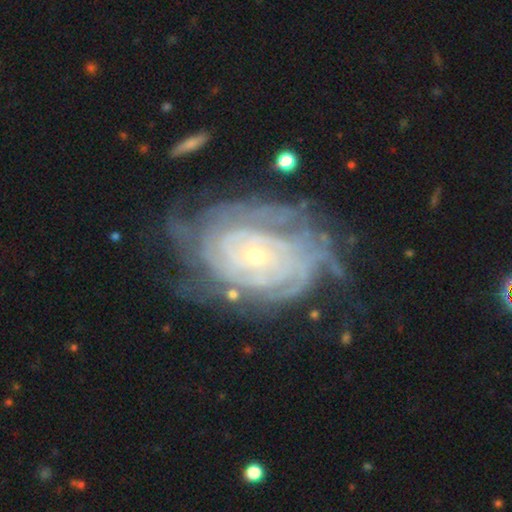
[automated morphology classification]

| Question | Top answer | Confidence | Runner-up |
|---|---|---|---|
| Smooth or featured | featured or disk | 88% | smooth (6%) |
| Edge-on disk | no | 96% | yes (4%) |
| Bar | no | 74% | weak (19%) |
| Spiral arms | yes | 96% | no (4%) |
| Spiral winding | tight | 81% | medium (15%) |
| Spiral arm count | can't tell | 36% | 4 (18%) |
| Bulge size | small | 73% | moderate (23%) |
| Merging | none | 62% | minor disturbance (22%) |